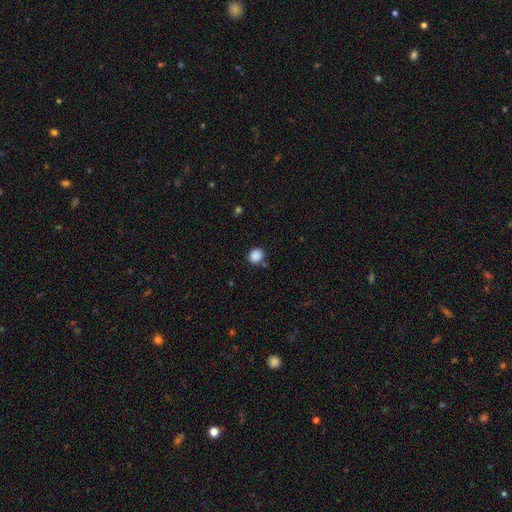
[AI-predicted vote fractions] Morphology: type=smooth (87%); roundness=round (82%); merging=none (81%).